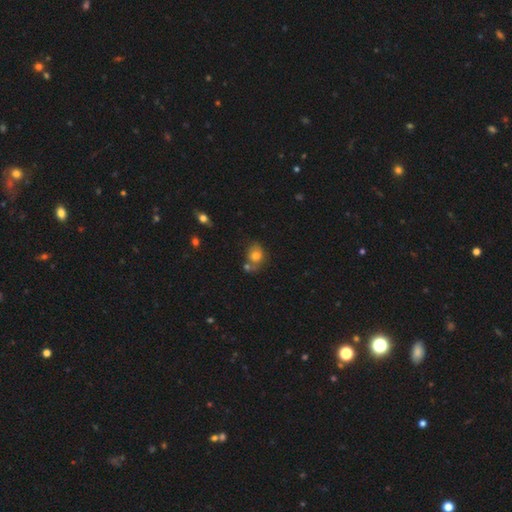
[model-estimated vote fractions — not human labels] smooth_or_featured: smooth (p=0.75) [alt: featured or disk p=0.14]
how_rounded: round (p=0.62) [alt: in between p=0.37]
merging: none (p=0.52) [alt: merger p=0.27]